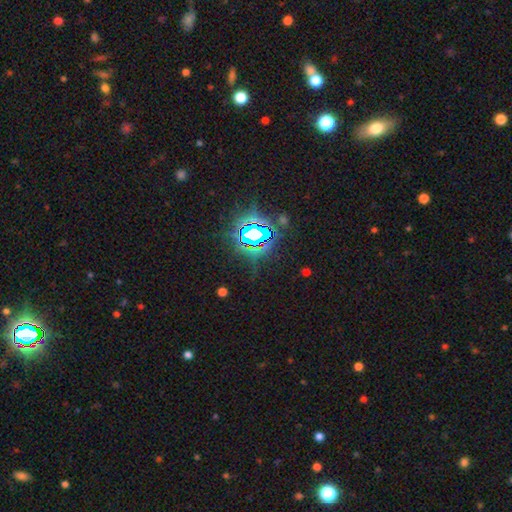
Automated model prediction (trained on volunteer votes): A star or artifact, not a galaxy (83%).

Vote fractions:
- Smooth or featured? star or artifact: 83% / smooth: 10% / featured or disk: 7%